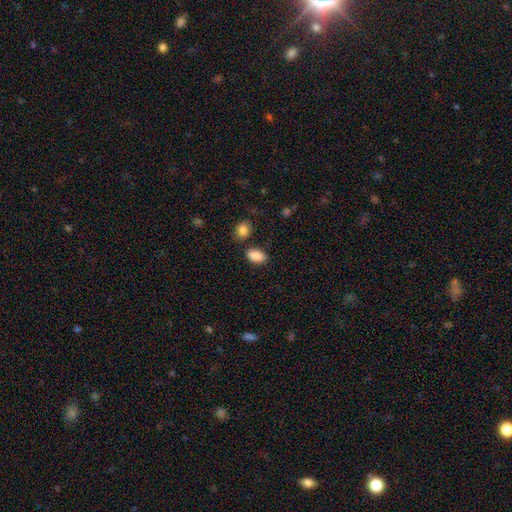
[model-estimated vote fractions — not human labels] This is clearly a smooth galaxy (88%). How rounded: clearly in between (91%). Merging: likely none (79%).